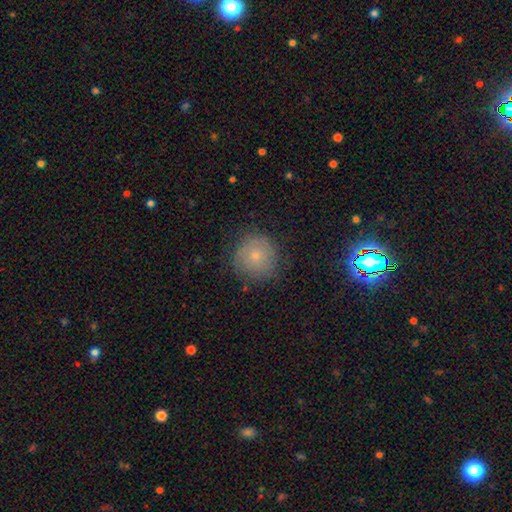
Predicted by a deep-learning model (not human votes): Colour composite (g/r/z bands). It shows a smooth galaxy with no disk features (66%) that is round (93%). Merging: none (79%).